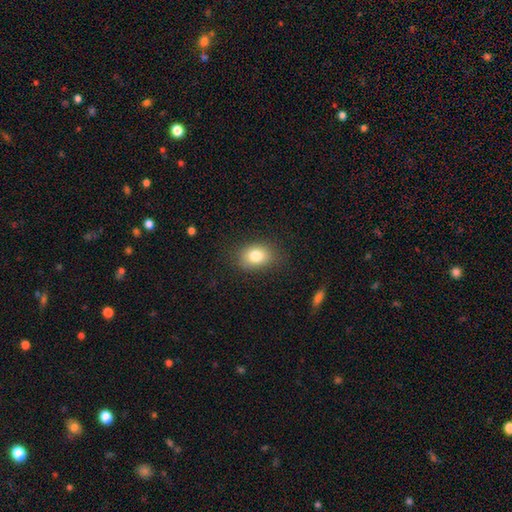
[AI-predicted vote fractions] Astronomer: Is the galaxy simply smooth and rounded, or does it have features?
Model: smooth — 82%.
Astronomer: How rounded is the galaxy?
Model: in between — 69%.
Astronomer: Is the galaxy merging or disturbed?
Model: none — 82%.